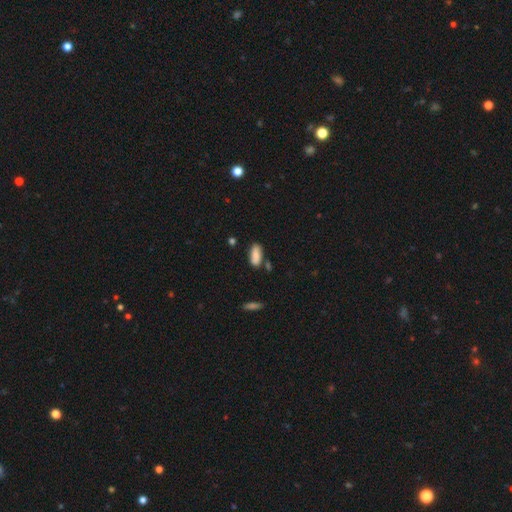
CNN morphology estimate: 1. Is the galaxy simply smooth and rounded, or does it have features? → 85% smooth, 8% featured or disk, 7% star or artifact.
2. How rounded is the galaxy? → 84% in between, 14% cigar-shaped, 2% round.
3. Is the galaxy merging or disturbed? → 71% none, 17% minor disturbance, 8% merger, 4% major disturbance.